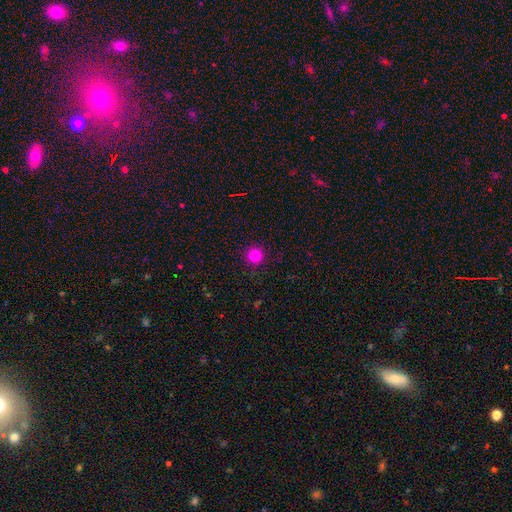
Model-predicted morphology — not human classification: Smooth or featured? smooth (84%)
How rounded? round (96%)
Merging? none (92%)